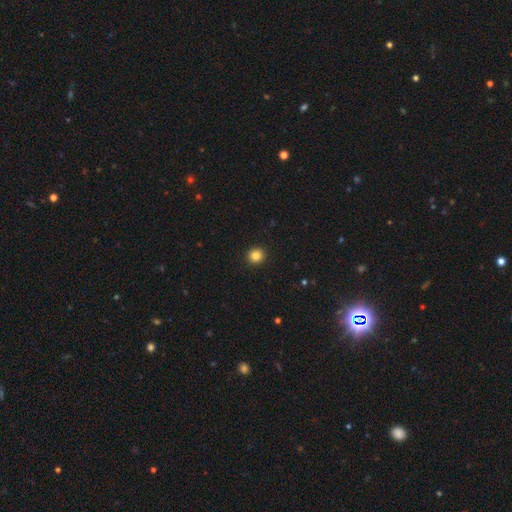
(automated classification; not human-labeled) smooth 85%, star or artifact 11%, featured or disk 4%. Down the decision tree: how rounded — round (90%); merging — none (93%).